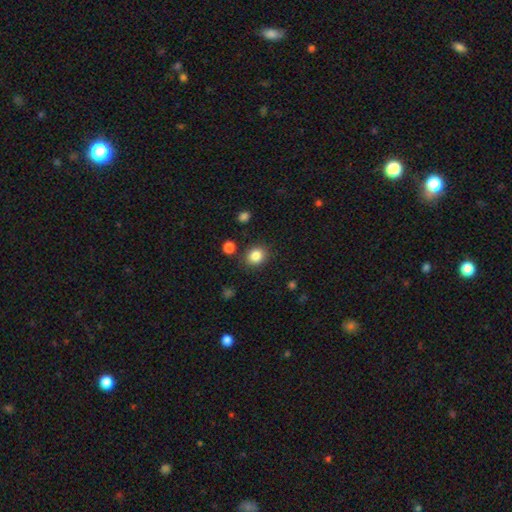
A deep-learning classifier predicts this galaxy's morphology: Smooth or featured?
  - smooth: 85% *
  - star or artifact: 10%
  - featured or disk: 5%
How rounded?
  - round: 72% *
  - in between: 27%
  - cigar-shaped: 1%
Merging?
  - none: 85% *
  - minor disturbance: 8%
  - merger: 4%
  - major disturbance: 3%